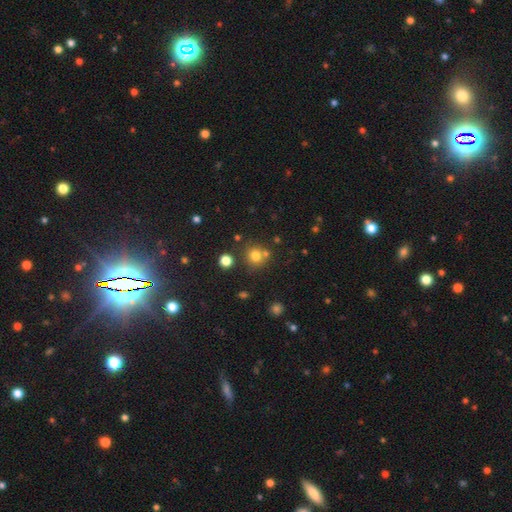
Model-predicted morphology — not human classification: Smooth or featured: smooth — 74% (star or artifact — 17%)
How rounded: round — 90% (in between — 9%)
Merging: none — 67% (merger — 20%)